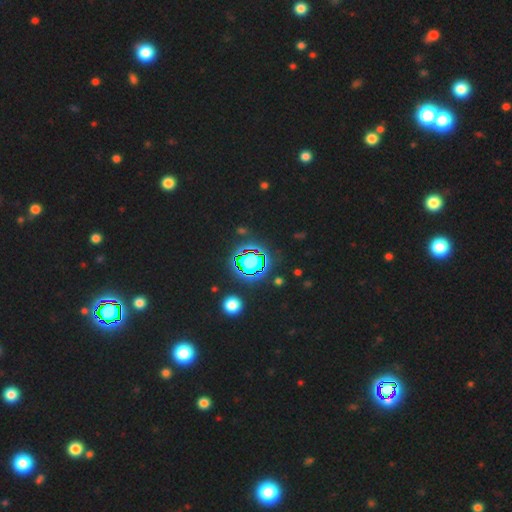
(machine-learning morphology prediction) star or artifact 82%, smooth 11%, featured or disk 6%.